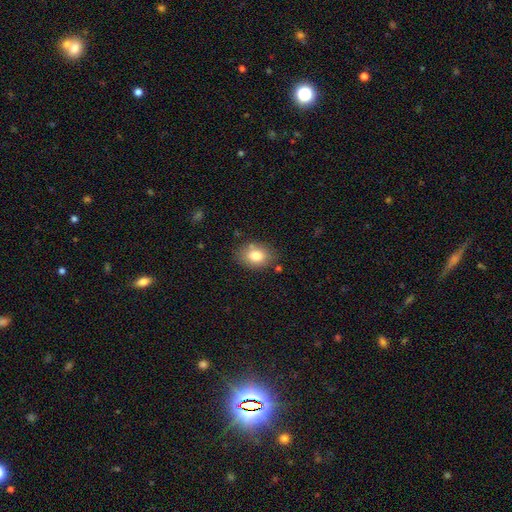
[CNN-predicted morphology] This appears to be a smooth galaxy with no disk features (79%) that is in between round and cigar-shaped (64%). Merging: none (80%).